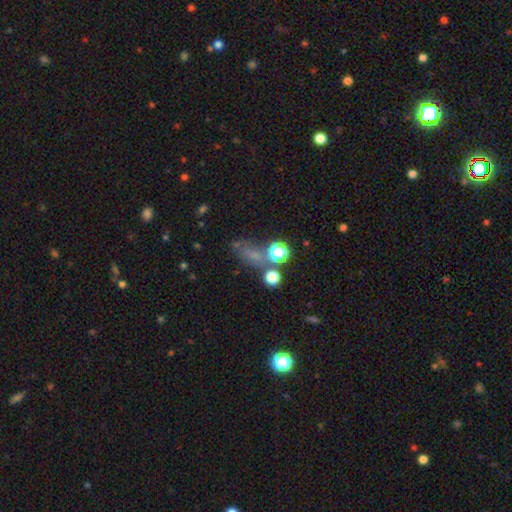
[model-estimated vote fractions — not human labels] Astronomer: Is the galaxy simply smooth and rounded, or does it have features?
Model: smooth — 54% (runner-up: star or artifact, 31%).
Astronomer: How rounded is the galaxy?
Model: in between — 49% (runner-up: round, 37%).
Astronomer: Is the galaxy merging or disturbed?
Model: none — 50%.